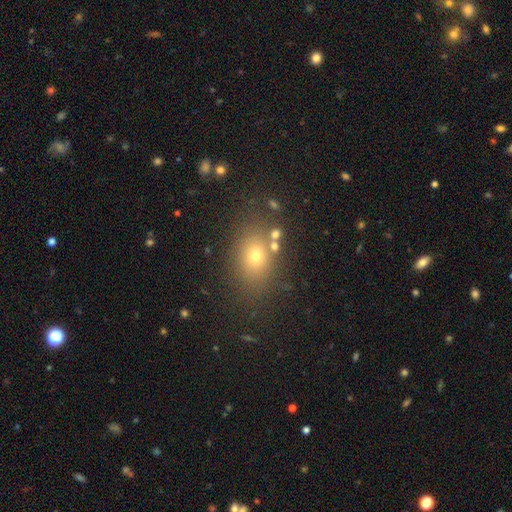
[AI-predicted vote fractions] Smooth or featured?
  - smooth: 65% *
  - star or artifact: 22%
  - featured or disk: 13%
How rounded?
  - in between: 68% *
  - round: 30%
  - cigar-shaped: 2%
Merging?
  - none: 79% *
  - minor disturbance: 11%
  - merger: 7%
  - major disturbance: 4%